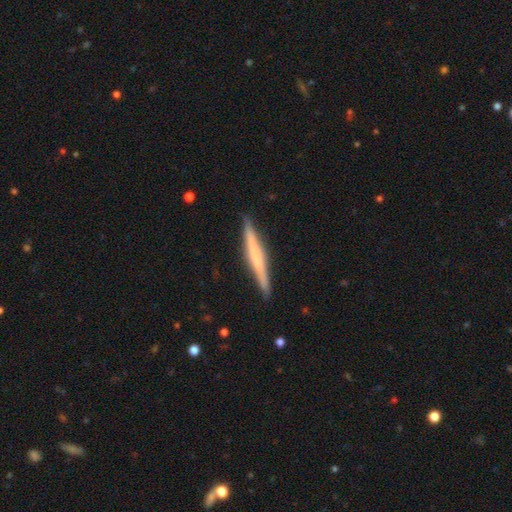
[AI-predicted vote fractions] Q: Smooth or featured?
A: featured or disk (52%); runner-up: smooth (42%)
Q: Edge-on disk?
A: yes (97%); runner-up: no (3%)
Q: Edge-on bulge?
A: none (54%); runner-up: rounded (26%)
Q: Merging?
A: none (90%); runner-up: minor disturbance (8%)